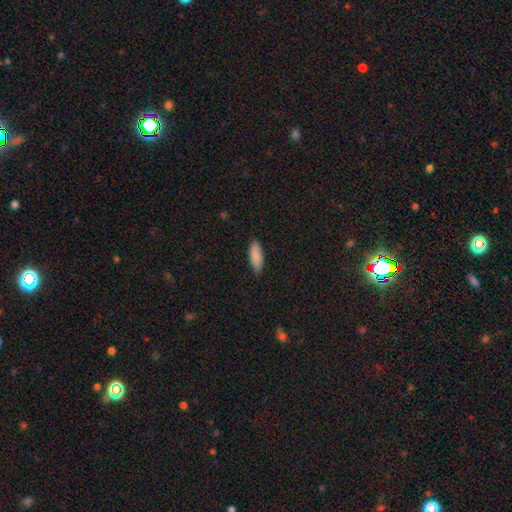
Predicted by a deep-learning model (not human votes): Overall: smooth (88%). How rounded: in between (71%). Merging: none (85%).